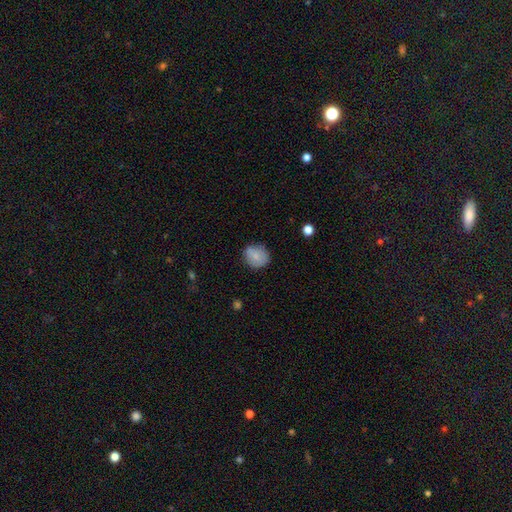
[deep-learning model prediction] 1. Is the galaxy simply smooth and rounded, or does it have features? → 79% smooth, 13% featured or disk, 8% star or artifact.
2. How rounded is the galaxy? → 70% round, 29% in between, 1% cigar-shaped.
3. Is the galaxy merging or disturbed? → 75% none, 19% minor disturbance, 4% major disturbance, 2% merger.